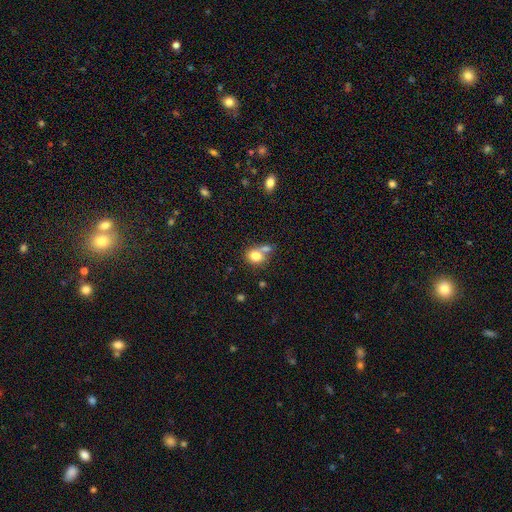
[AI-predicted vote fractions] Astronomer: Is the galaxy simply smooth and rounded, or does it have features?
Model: smooth — 79%.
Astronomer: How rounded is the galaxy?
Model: round — 62% (runner-up: in between, 37%).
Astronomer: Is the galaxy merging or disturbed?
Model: none — 44% (runner-up: merger, 40%).